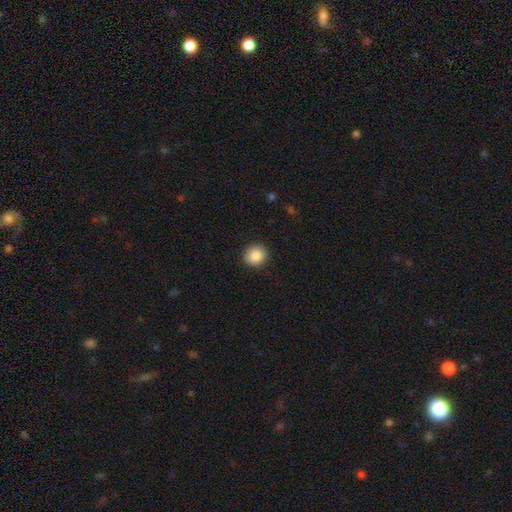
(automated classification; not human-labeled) Smooth or featured: smooth — 87% (star or artifact — 9%)
How rounded: round — 89% (in between — 10%)
Merging: none — 91% (minor disturbance — 7%)